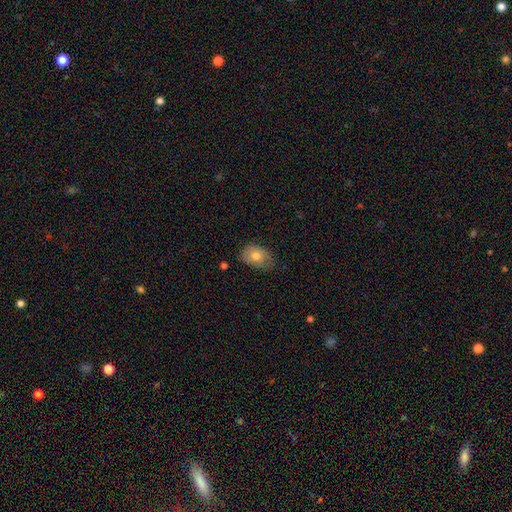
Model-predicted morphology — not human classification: Smooth or featured?
  - smooth: 71% *
  - featured or disk: 22%
  - star or artifact: 7%
How rounded?
  - in between: 79% *
  - round: 20%
  - cigar-shaped: 1%
Merging?
  - none: 63% *
  - minor disturbance: 29%
  - major disturbance: 6%
  - merger: 2%